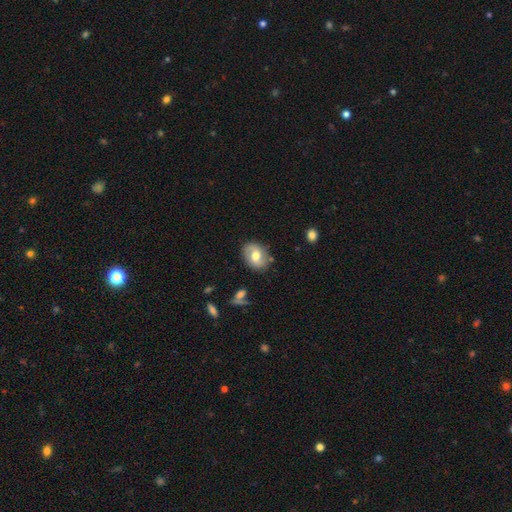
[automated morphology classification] This is possibly a featured or disk galaxy (49%). Merging: likely none (80%).